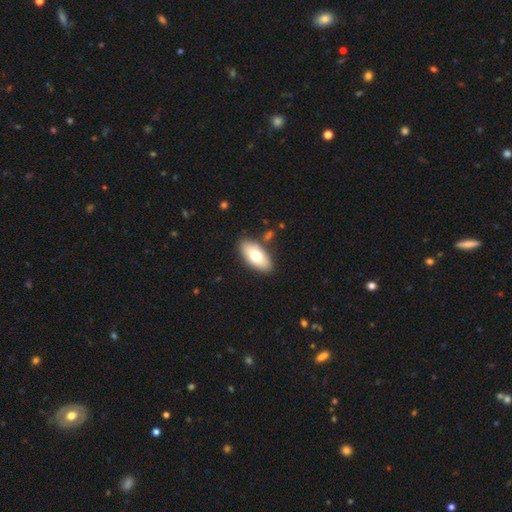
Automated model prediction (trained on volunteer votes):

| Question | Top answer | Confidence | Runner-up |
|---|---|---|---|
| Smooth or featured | smooth | 71% | featured or disk (22%) |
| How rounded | in between | 91% | cigar-shaped (6%) |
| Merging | none | 83% | minor disturbance (10%) |